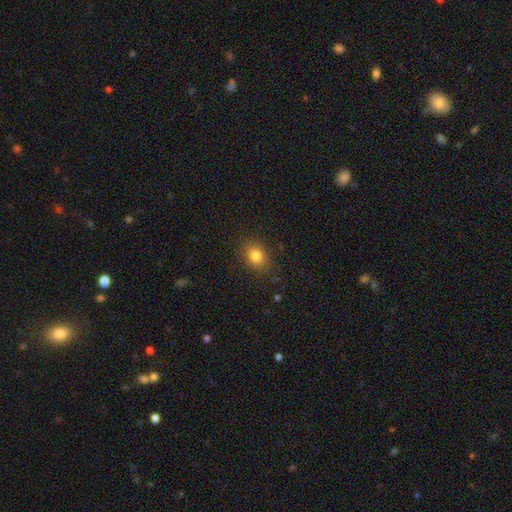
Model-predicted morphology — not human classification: Q: Smooth or featured?
A: smooth (81%); runner-up: star or artifact (11%)
Q: How rounded?
A: in between (52%); runner-up: round (47%)
Q: Merging?
A: none (85%); runner-up: minor disturbance (11%)